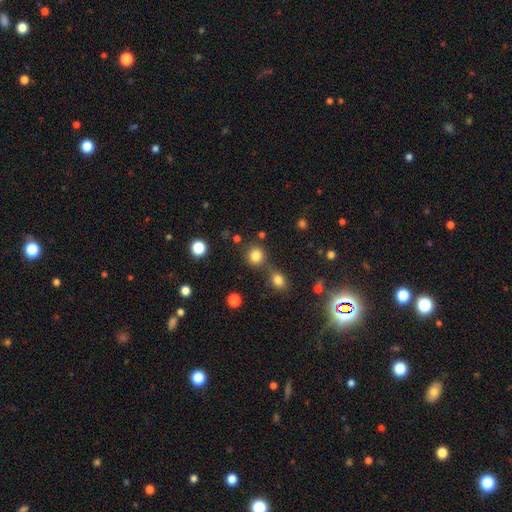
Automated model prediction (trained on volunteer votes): Overall: smooth (82%). How rounded: round (87%). Merging: none (70%).